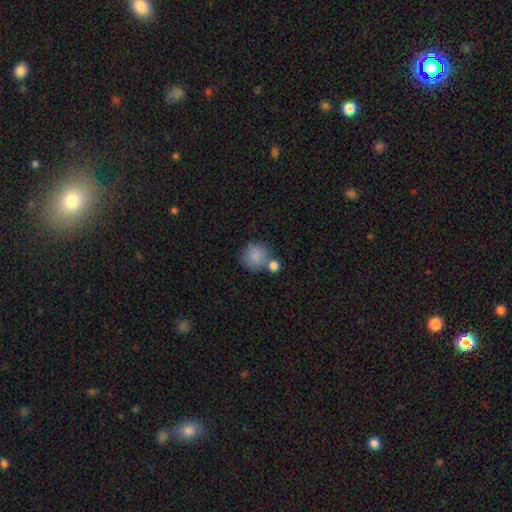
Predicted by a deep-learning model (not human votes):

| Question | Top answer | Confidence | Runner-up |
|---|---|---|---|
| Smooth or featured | smooth | 86% | star or artifact (8%) |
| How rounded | round | 89% | in between (10%) |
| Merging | none | 58% | merger (25%) |